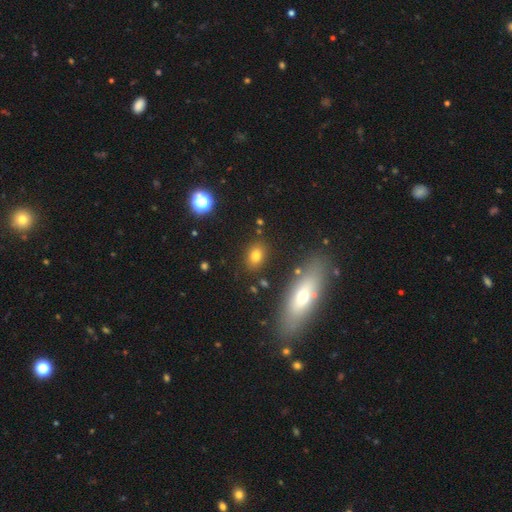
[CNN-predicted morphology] smooth 78%, star or artifact 12%, featured or disk 10%. Down the decision tree: how rounded — in between (66%); merging — none (84%).